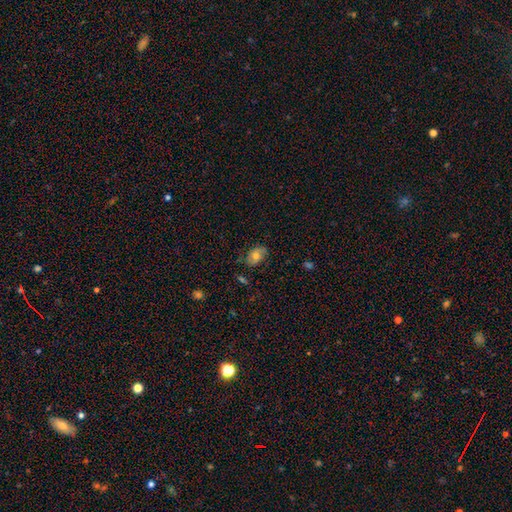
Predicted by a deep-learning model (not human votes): Smooth or featured? smooth (63%)
How rounded? in between (83%)
Merging? none (71%)